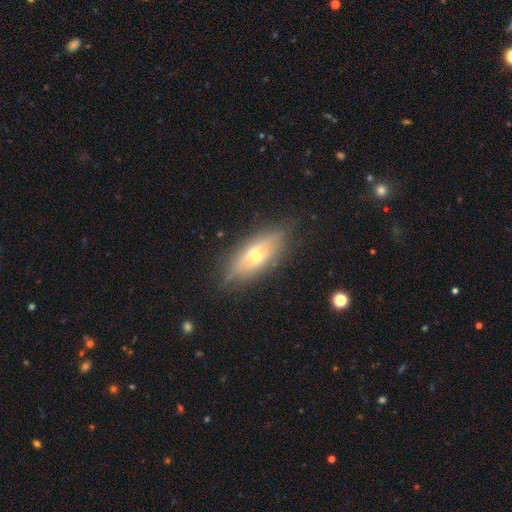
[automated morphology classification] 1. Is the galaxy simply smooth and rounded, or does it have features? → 47% featured or disk, 44% smooth, 8% star or artifact.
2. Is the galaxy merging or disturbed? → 81% none, 14% minor disturbance, 3% major disturbance, 1% merger.